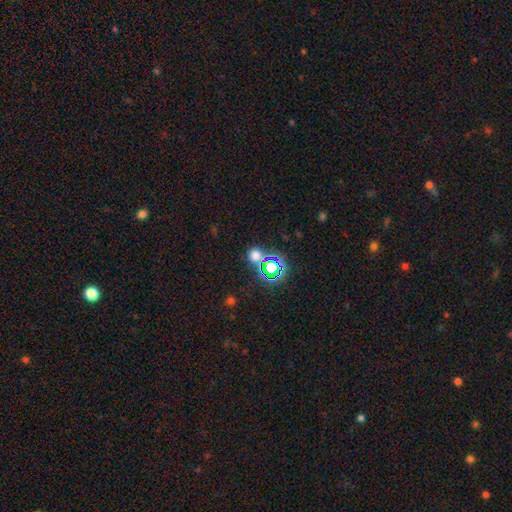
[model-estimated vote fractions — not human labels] smooth 56%, star or artifact 37%, featured or disk 7%. Down the decision tree: how rounded — round (84%); merging — none (73%).